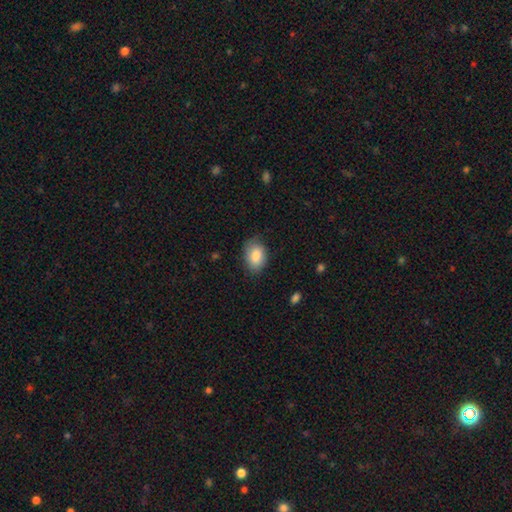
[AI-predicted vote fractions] Morphology: type=smooth (86%); roundness=in between (84%); merging=none (75%).